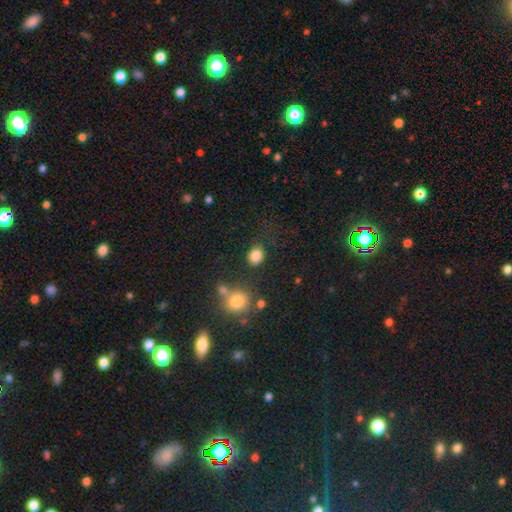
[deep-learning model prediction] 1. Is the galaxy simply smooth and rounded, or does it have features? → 85% smooth, 10% star or artifact, 4% featured or disk.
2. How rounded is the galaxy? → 58% round, 41% in between, 1% cigar-shaped.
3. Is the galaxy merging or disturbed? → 79% none, 11% minor disturbance, 5% major disturbance, 5% merger.